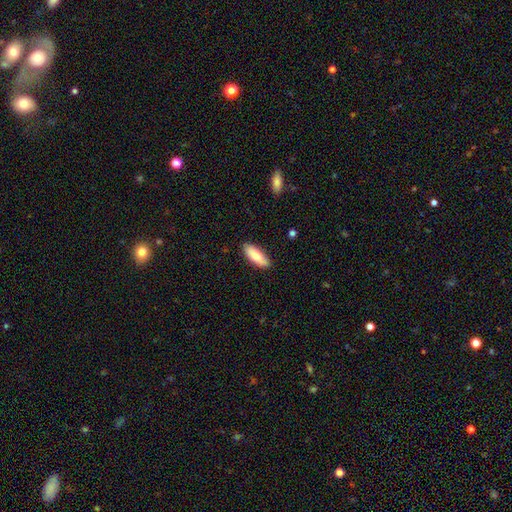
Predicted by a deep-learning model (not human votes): Smooth or featured? smooth (82%)
How rounded? in between (67%)
Merging? none (87%)